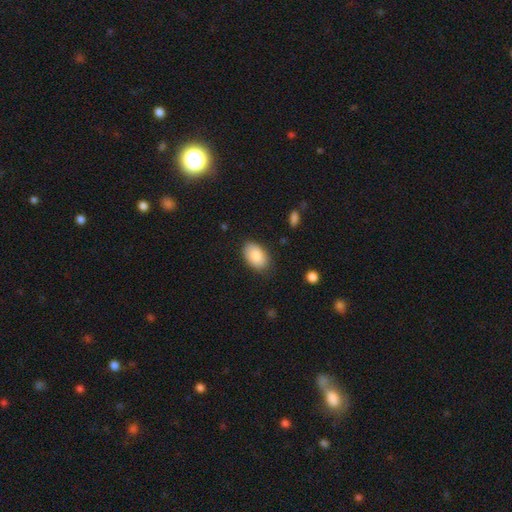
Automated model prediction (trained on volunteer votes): A smooth galaxy with no disk features (84%) that is in between round and cigar-shaped (91%).

Vote fractions:
- Smooth or featured? smooth: 84% / featured or disk: 9% / star or artifact: 7%
- How rounded? in between: 91% / round: 8% / cigar-shaped: 1%
- Merging? none: 82% / minor disturbance: 14% / major disturbance: 3% / merger: 1%